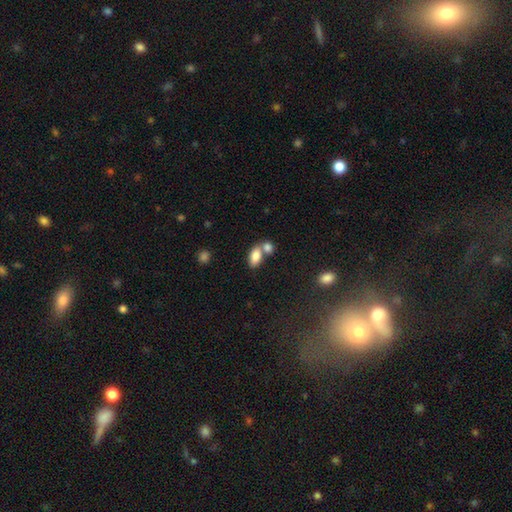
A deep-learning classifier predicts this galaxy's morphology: This appears to be a smooth galaxy with no disk features (83%) that is in between round and cigar-shaped (90%). Merging: merger (49%).